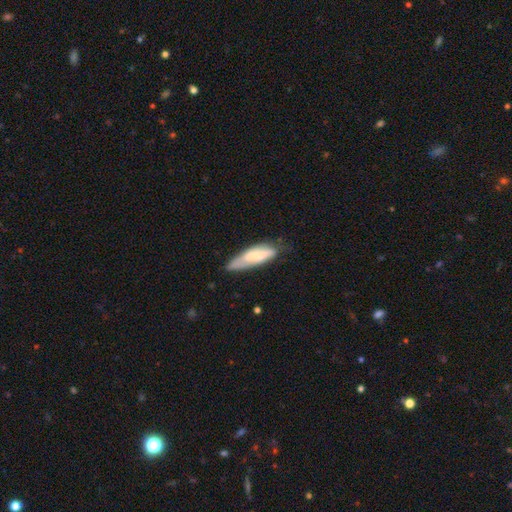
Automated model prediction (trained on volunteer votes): The model was most divided on "how rounded": cigar-shaped: 55%, in between: 44%, round: 2%. More confident: smooth or featured — smooth (59%); merging — none (53%).